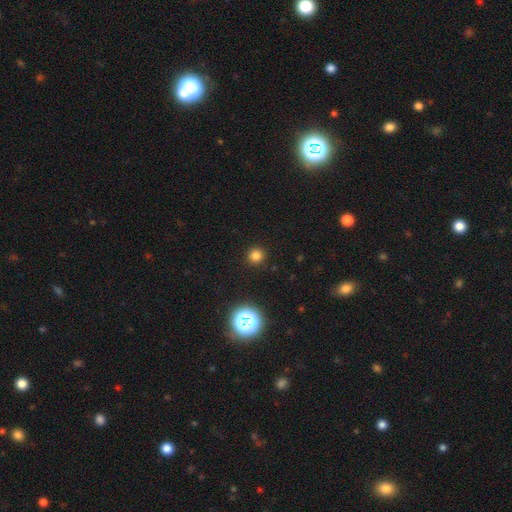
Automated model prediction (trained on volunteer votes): A smooth galaxy with no disk features (78%) that is round (95%). Merging: none (91%).